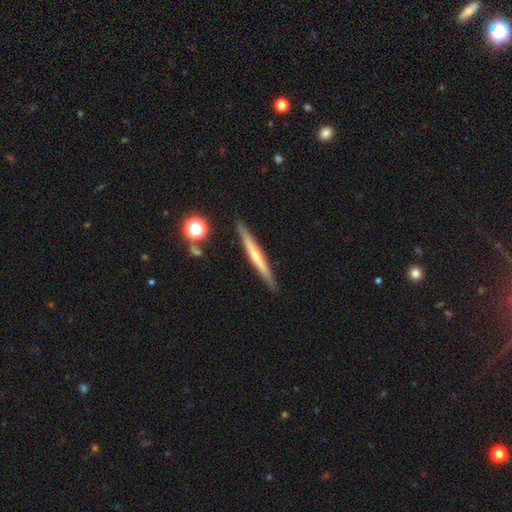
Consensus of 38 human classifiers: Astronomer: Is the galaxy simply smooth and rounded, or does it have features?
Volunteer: featured or disk — 71%.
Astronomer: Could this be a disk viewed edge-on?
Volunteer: yes — 100%.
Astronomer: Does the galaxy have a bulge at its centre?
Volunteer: none — 48% (runner-up: rounded, 44%).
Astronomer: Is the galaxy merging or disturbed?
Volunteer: none — 81%.